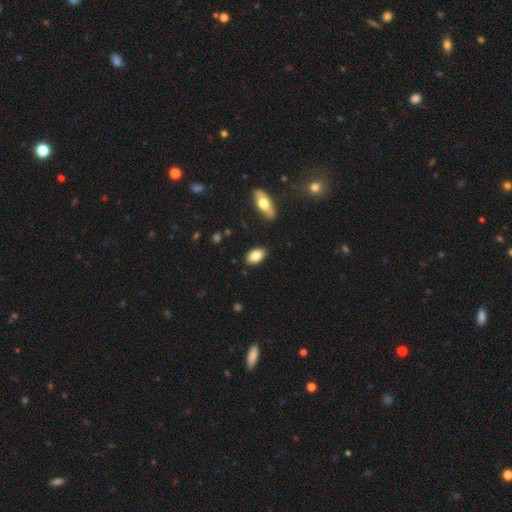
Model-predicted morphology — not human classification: A smooth galaxy with no disk features (80%) that is in between round and cigar-shaped (92%). Merging: none (88%).